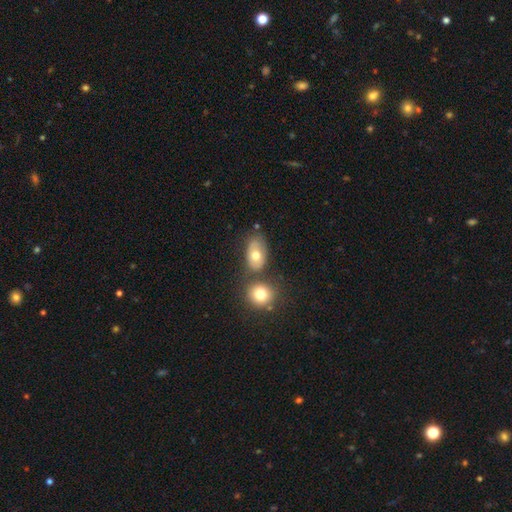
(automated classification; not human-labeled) smooth-or-featured: smooth: 70% | featured or disk: 21% | star or artifact: 9%
  how-rounded: in between: 79% | round: 20% | cigar-shaped: 2%
  merging: none: 53% | merger: 23% | minor disturbance: 17% | major disturbance: 6%